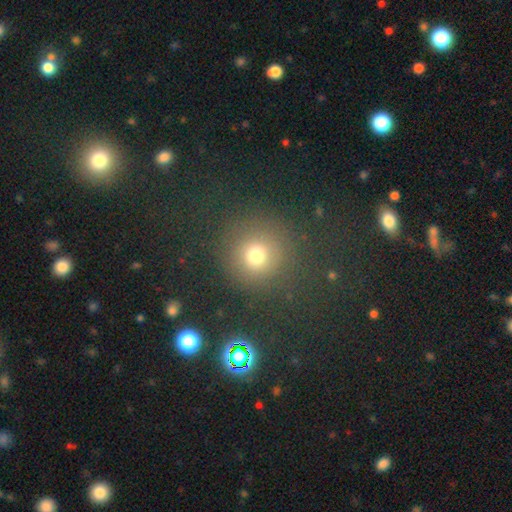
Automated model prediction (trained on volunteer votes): This appears to be a smooth galaxy with no disk features (71%) that is round (92%). Merging: none (81%).